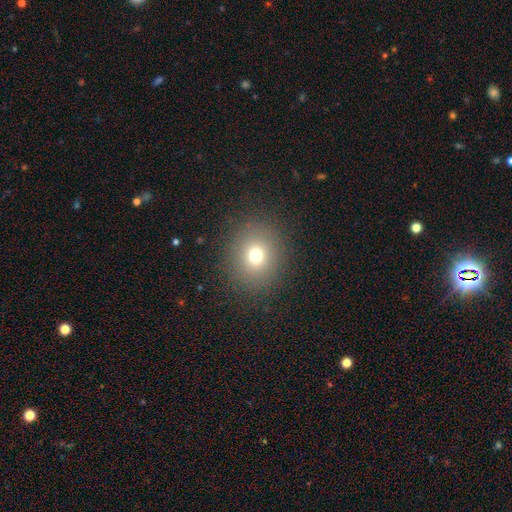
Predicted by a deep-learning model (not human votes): smooth-or-featured: smooth: 72% | star or artifact: 17% | featured or disk: 11%
  how-rounded: round: 79% | in between: 20% | cigar-shaped: 1%
  merging: none: 88% | minor disturbance: 7% | major disturbance: 4% | merger: 1%